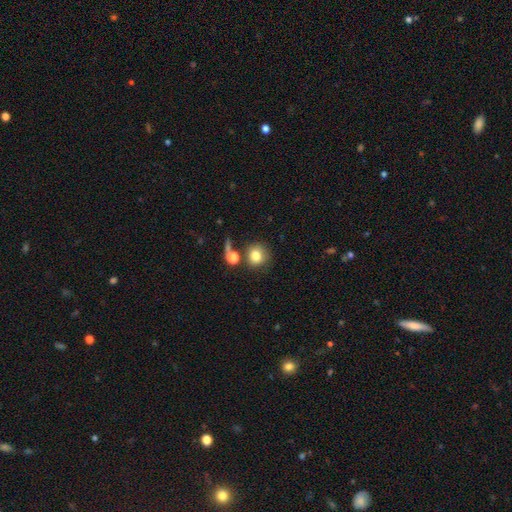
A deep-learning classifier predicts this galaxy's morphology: This is clearly a smooth galaxy (80%). How rounded: clearly round (81%). Merging: likely none (66%).